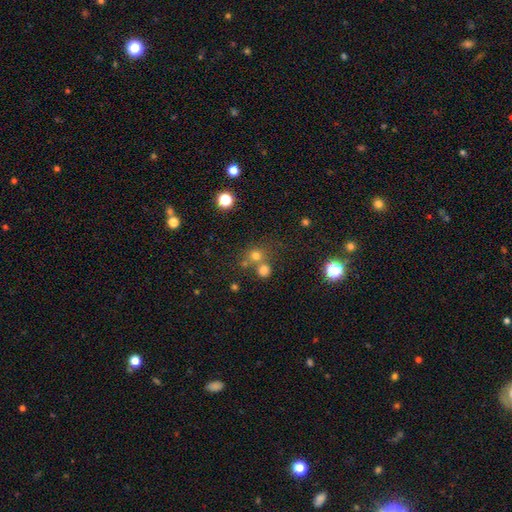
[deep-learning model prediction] Smooth or featured? Predicted: smooth (p=0.69). How rounded? Predicted: round (p=0.86). Merging? Predicted: none (p=0.55).